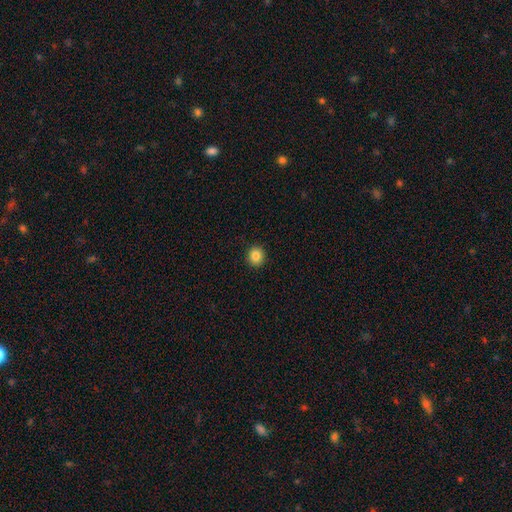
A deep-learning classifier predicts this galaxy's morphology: Q: Smooth or featured?
A: smooth (85%); runner-up: star or artifact (10%)
Q: How rounded?
A: round (87%); runner-up: in between (12%)
Q: Merging?
A: none (92%); runner-up: minor disturbance (5%)